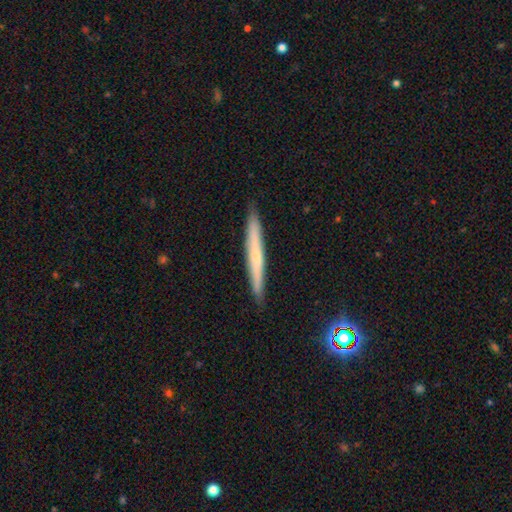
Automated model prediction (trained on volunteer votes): Overall: smooth (51%; featured or disk 41%). How rounded: cigar-shaped (96%). Merging: none (91%).